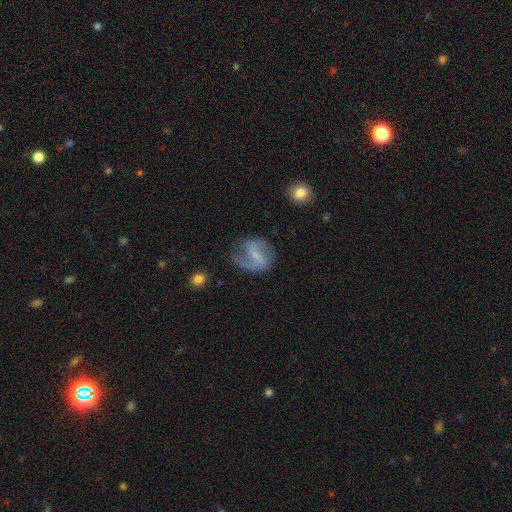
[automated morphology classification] The model was most divided on "spiral winding": loose: 44%, medium: 41%, tight: 15%. Remaining: edge-on disk — no (97%); spiral arms — yes (88%); spiral arm count — 2 (80%); smooth or featured — featured or disk (72%); merging — none (65%); bulge size — small (51%); bar — weak (44%).